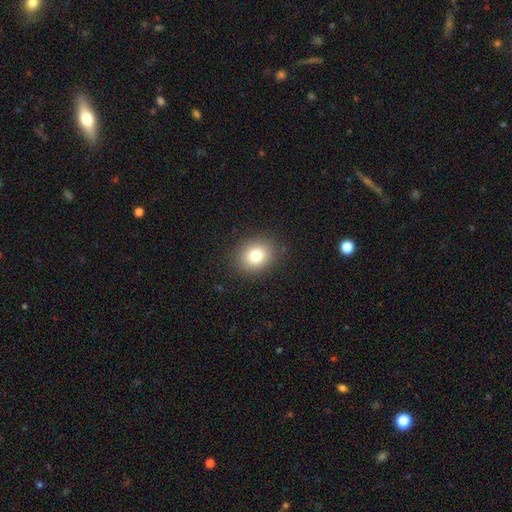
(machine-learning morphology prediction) The model was most divided on "how rounded": round: 58%, in between: 41%, cigar-shaped: 1%. More confident: merging — none (88%); smooth or featured — smooth (80%).